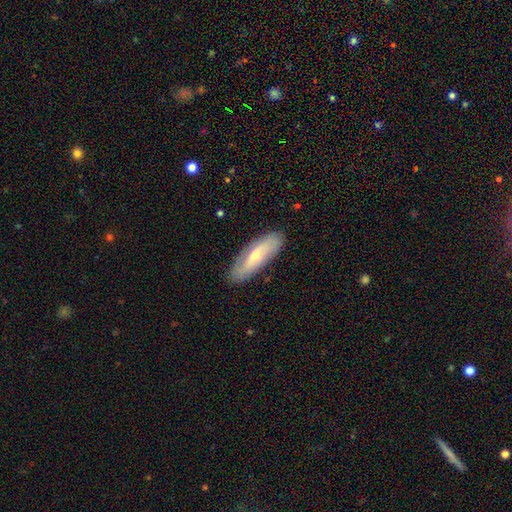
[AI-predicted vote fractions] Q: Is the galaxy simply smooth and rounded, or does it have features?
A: featured or disk — 48%.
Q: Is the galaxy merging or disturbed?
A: none — 86%.